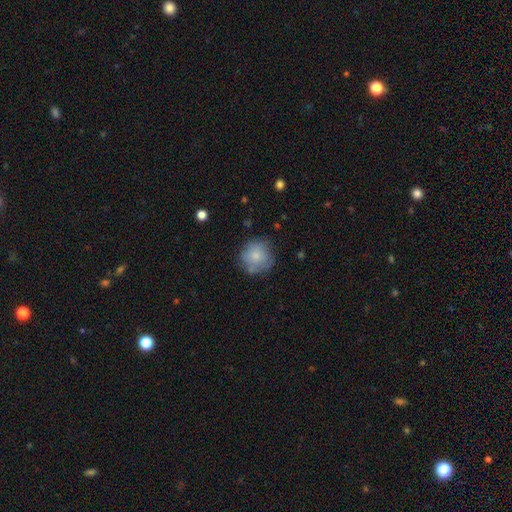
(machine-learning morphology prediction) Smooth or featured?
  - smooth: 74% *
  - featured or disk: 18%
  - star or artifact: 8%
How rounded?
  - round: 89% *
  - in between: 10%
  - cigar-shaped: 1%
Merging?
  - none: 66% *
  - minor disturbance: 23%
  - major disturbance: 8%
  - merger: 3%